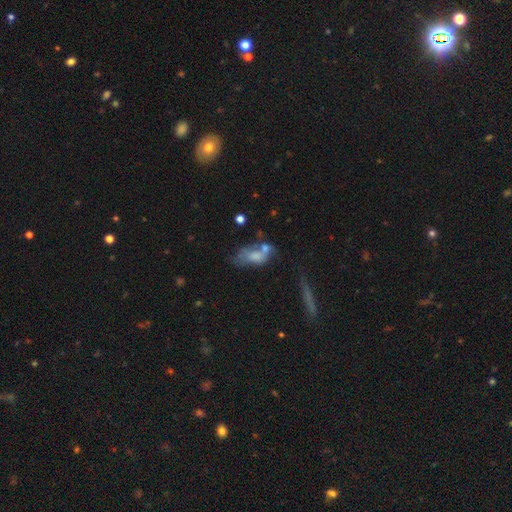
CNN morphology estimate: type=smooth (57%); roundness=in between (86%); merging=merger (40%).